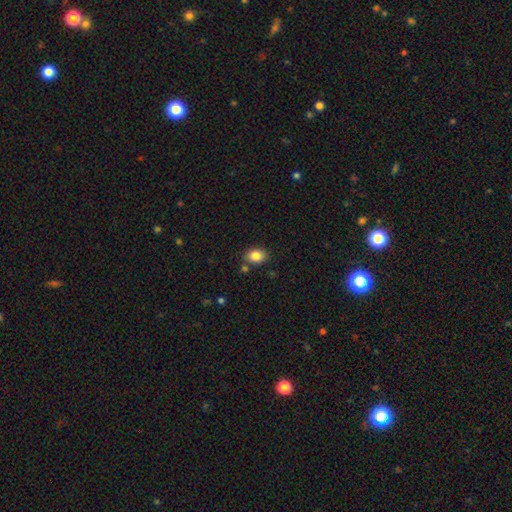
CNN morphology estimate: smooth_or_featured: smooth (p=0.84) [alt: star or artifact p=0.09]
how_rounded: in between (p=0.64) [alt: round p=0.35]
merging: none (p=0.80) [alt: minor disturbance p=0.12]